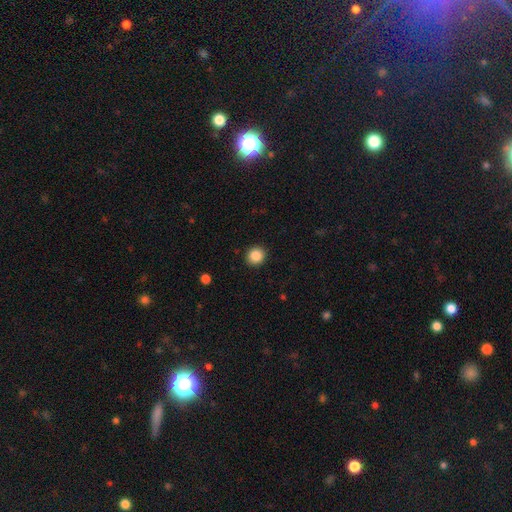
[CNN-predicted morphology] Overall: smooth (87%). How rounded: round (88%). Merging: none (91%).